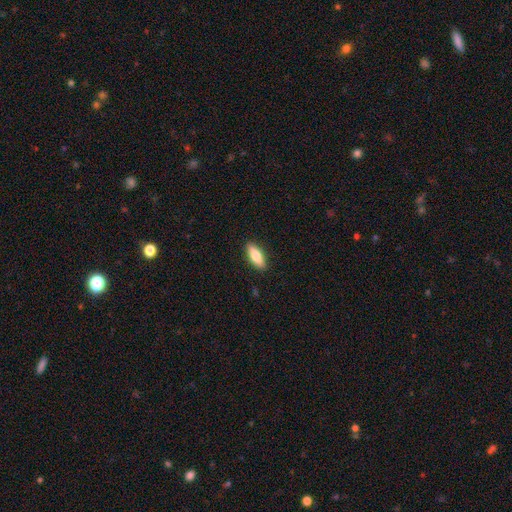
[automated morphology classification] Smooth or featured?
  - smooth: 76% *
  - featured or disk: 19%
  - star or artifact: 6%
How rounded?
  - in between: 67% *
  - cigar-shaped: 31%
  - round: 2%
Merging?
  - none: 90% *
  - minor disturbance: 8%
  - major disturbance: 2%
  - merger: 1%